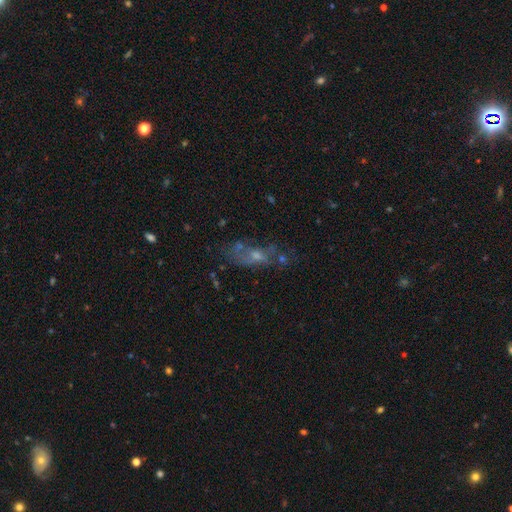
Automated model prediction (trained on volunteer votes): A featured or disk galaxy (48%).

Vote fractions:
- Smooth or featured? featured or disk: 48% / smooth: 34% / star or artifact: 18%
- Merging? none: 43% / major disturbance: 23% / minor disturbance: 21% / merger: 13%